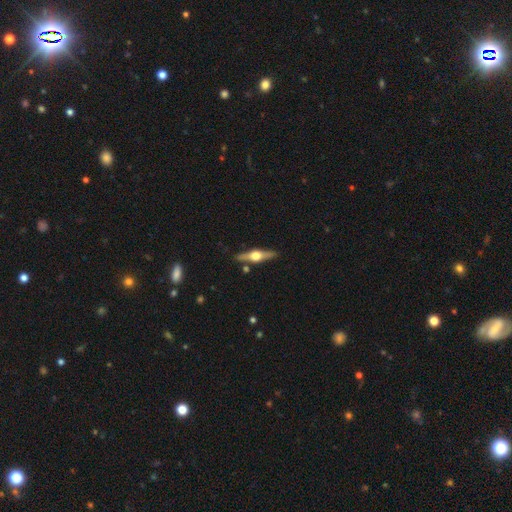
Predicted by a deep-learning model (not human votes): This is likely a featured or disk galaxy (77%). It is clearly viewed edge-on (97%). Edge-on bulge: clearly rounded (95%). Merging: clearly none (88%).